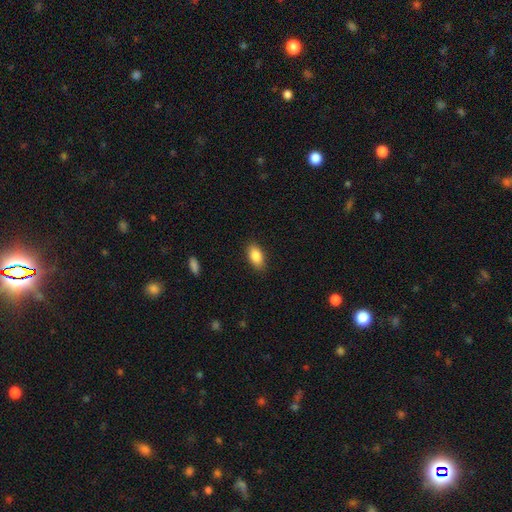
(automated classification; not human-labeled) Smooth or featured?
  - smooth: 86% *
  - star or artifact: 7%
  - featured or disk: 6%
How rounded?
  - in between: 91% *
  - round: 5%
  - cigar-shaped: 4%
Merging?
  - none: 86% *
  - minor disturbance: 10%
  - major disturbance: 2%
  - merger: 1%